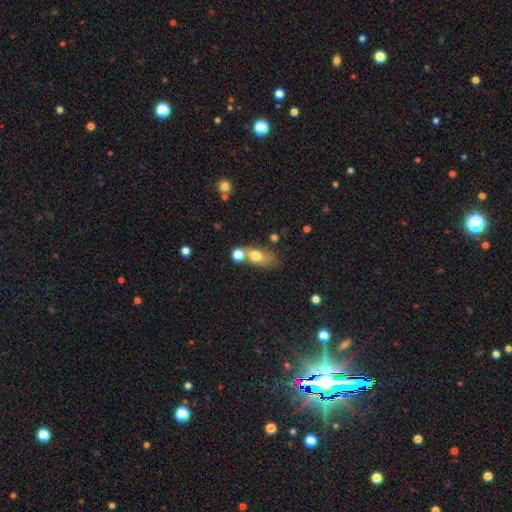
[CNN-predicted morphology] The model was most divided on "merging": none: 39%, merger: 36%, minor disturbance: 16%, major disturbance: 9%. More confident: smooth or featured — smooth (72%); how rounded — in between (70%).